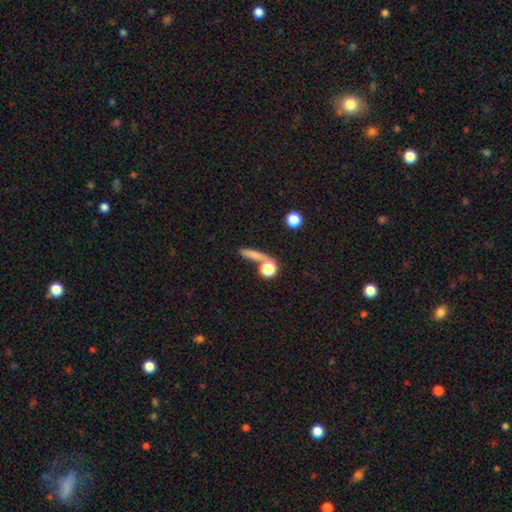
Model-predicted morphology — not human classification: Smooth or featured: smooth — 70% (featured or disk — 15%)
How rounded: cigar-shaped — 54% (round — 25%)
Merging: none — 62% (merger — 20%)